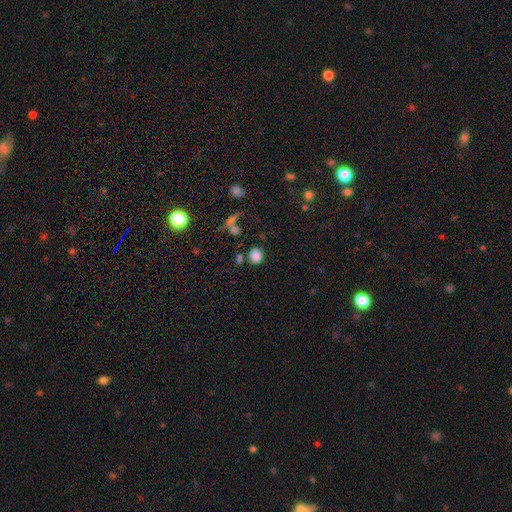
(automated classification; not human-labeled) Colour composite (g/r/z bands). It shows a smooth galaxy with no disk features (82%) that is round (70%). Merging: none (76%).